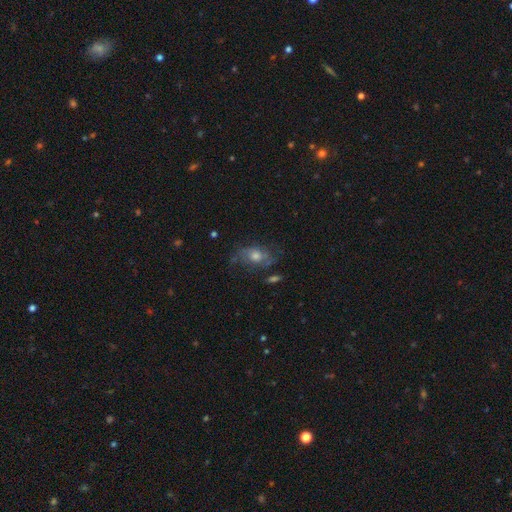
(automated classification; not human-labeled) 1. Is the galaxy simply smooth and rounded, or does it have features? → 45% featured or disk, 37% smooth, 18% star or artifact.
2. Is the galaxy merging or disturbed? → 60% none, 22% minor disturbance, 14% major disturbance, 4% merger.